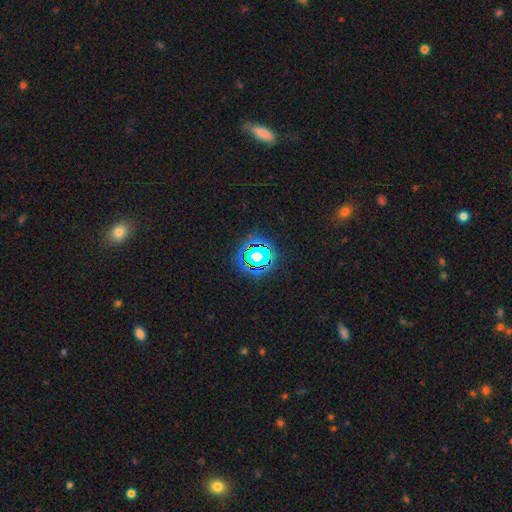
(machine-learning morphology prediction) smooth-or-featured: star or artifact: 67% | smooth: 19% | featured or disk: 14%